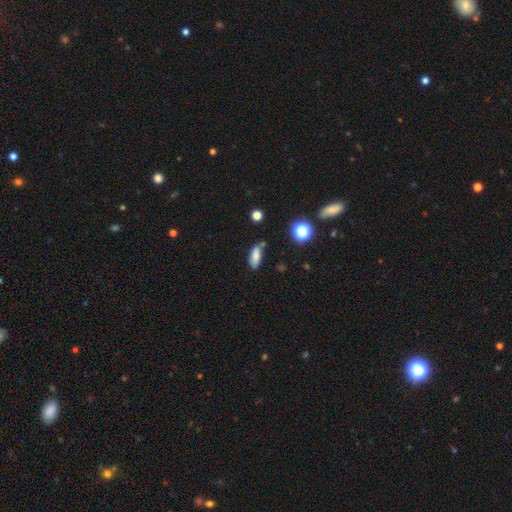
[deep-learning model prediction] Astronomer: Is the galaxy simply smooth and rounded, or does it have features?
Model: smooth — 79%.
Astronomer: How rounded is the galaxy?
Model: in between — 74%.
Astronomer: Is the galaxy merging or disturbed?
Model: none — 65%.